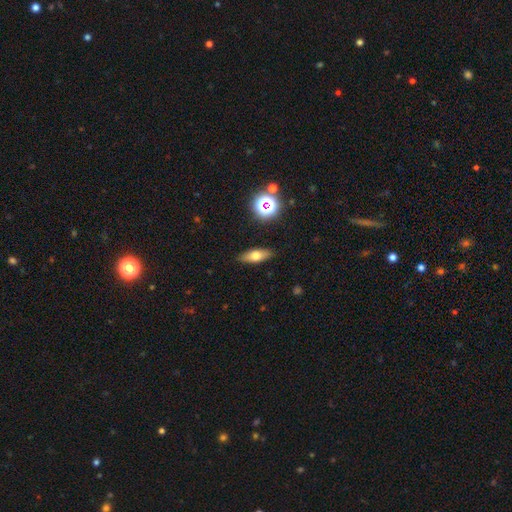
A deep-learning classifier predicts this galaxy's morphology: smooth 65%, featured or disk 24%, star or artifact 11%. Down the decision tree: how rounded — in between (64%); merging — none (88%).